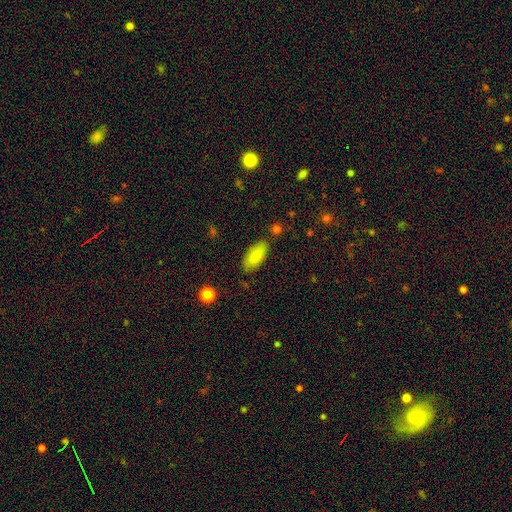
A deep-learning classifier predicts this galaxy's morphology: Overall: smooth (83%). How rounded: in between (88%). Merging: none (80%).